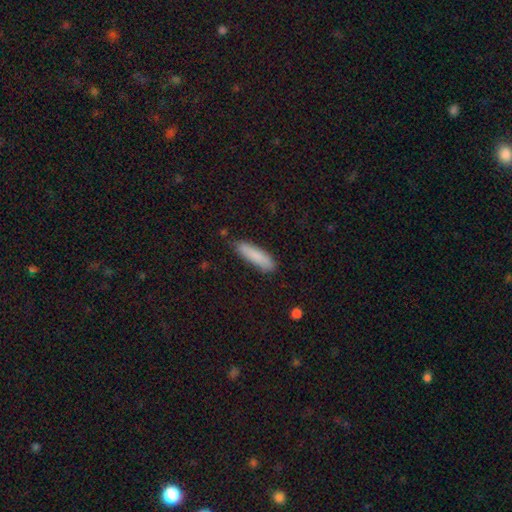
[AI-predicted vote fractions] Overall: smooth (86%). How rounded: cigar-shaped (73%). Merging: none (83%).